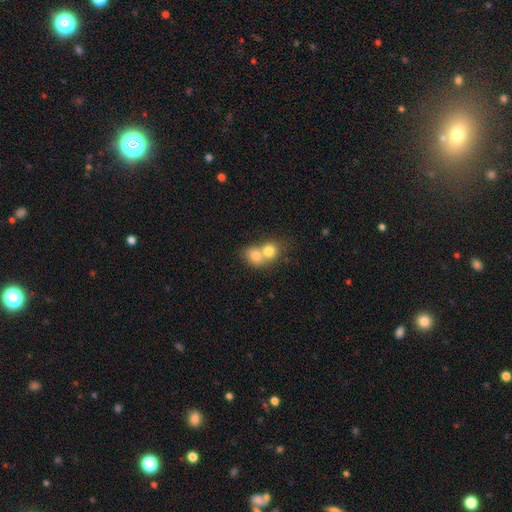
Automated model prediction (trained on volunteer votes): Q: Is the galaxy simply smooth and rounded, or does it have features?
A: smooth — 76%.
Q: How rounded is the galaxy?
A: round — 58%.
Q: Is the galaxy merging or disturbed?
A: merger — 71%.